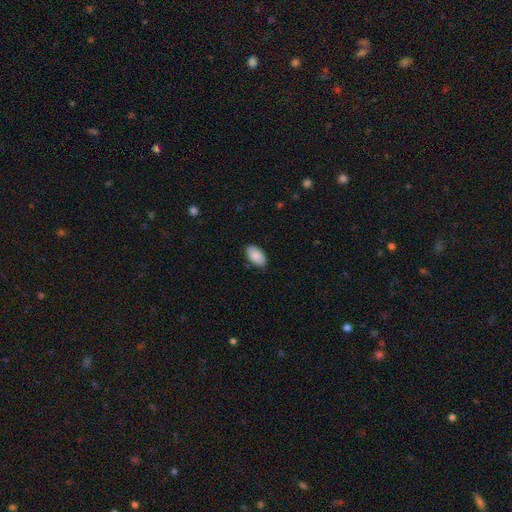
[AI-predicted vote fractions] Smooth or featured? Predicted: smooth (p=0.88). How rounded? Predicted: in between (p=0.95). Merging? Predicted: none (p=0.81).